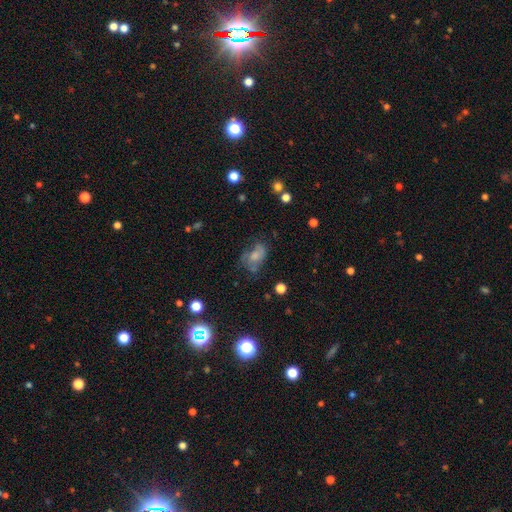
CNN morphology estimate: Overall: smooth (58%; featured or disk 28%). How rounded: in between (81%). Merging: none (39%; minor disturbance 28%).